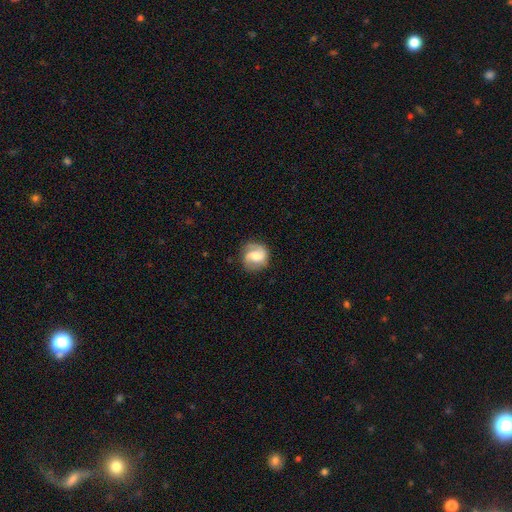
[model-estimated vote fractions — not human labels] Smooth or featured: featured or disk — 66% (smooth — 27%)
Edge-on disk: no — 98% (yes — 2%)
Bar: weak — 47% (no — 36%)
Spiral arms: yes — 92% (no — 8%)
Spiral winding: medium — 46% (tight — 28%)
Spiral arm count: 2 — 77% (1 — 10%)
Bulge size: moderate — 53% (small — 25%)
Merging: none — 77% (minor disturbance — 16%)